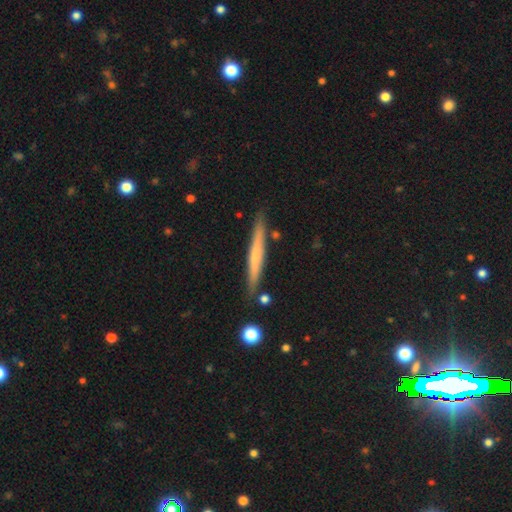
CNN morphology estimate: The model was most divided on "smooth or featured": smooth: 50%, featured or disk: 44%, star or artifact: 6%. More confident: how rounded — cigar-shaped (96%); merging — none (86%).